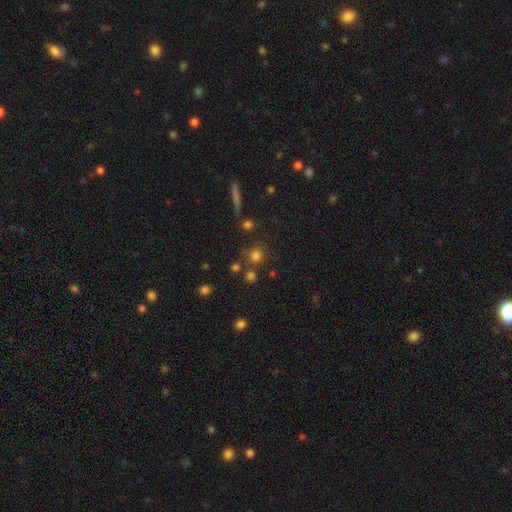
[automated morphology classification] smooth 74%, star or artifact 18%, featured or disk 8%. Down the decision tree: how rounded — round (90%); merging — none (75%).